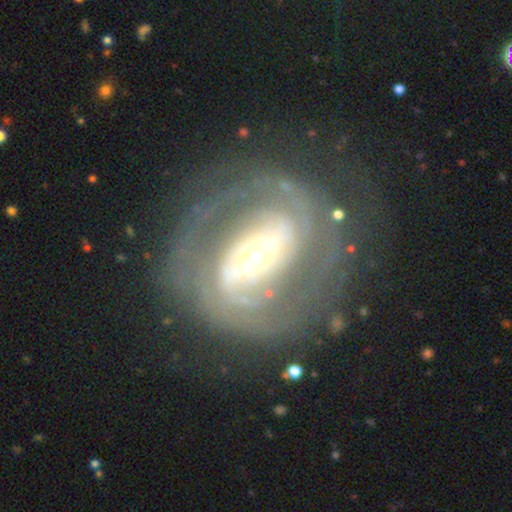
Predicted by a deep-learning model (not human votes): Overall: featured or disk (88%). Edge-on disk: no (96%). Bar: strong (63%; weak 27%). Spiral arms: yes (92%). Spiral arm count: 2 (69%). Spiral winding: tight (54%; medium 35%). Bulge size: small (45%; moderate 44%). Merging: none (74%).